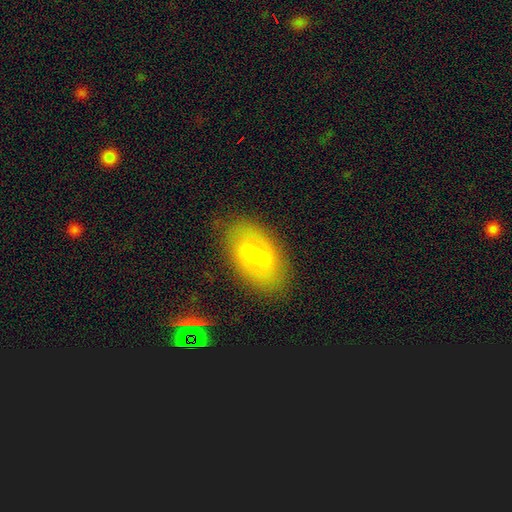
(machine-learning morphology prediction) Smooth or featured? Predicted: smooth (p=0.55). How rounded? Predicted: in between (p=0.91). Merging? Predicted: none (p=0.83).